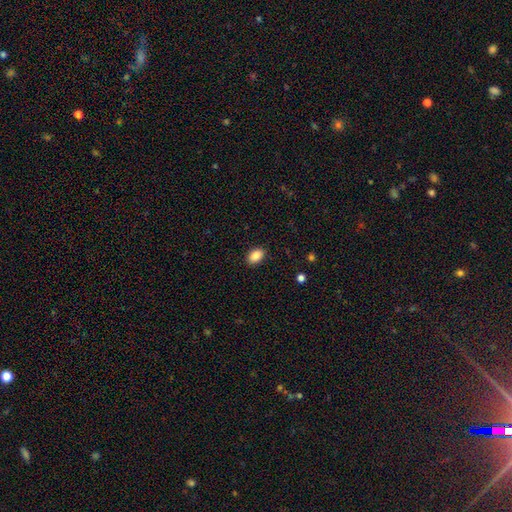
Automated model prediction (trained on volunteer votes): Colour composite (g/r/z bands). It shows a smooth galaxy with no disk features (89%) that is in between round and cigar-shaped (88%). Merging: none (89%).